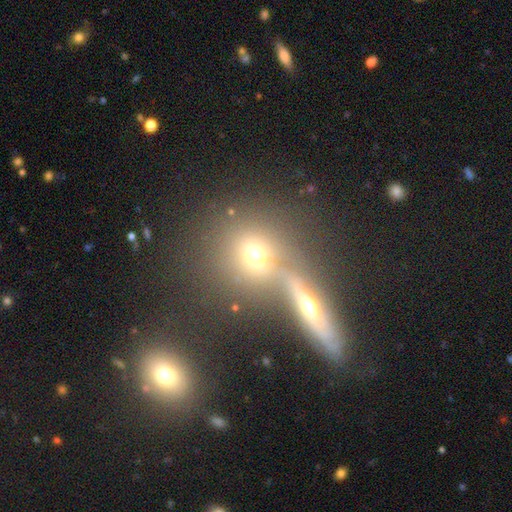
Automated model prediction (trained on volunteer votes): This appears to be a smooth galaxy with no disk features (60%) that is round (79%). Merging: none (51%).